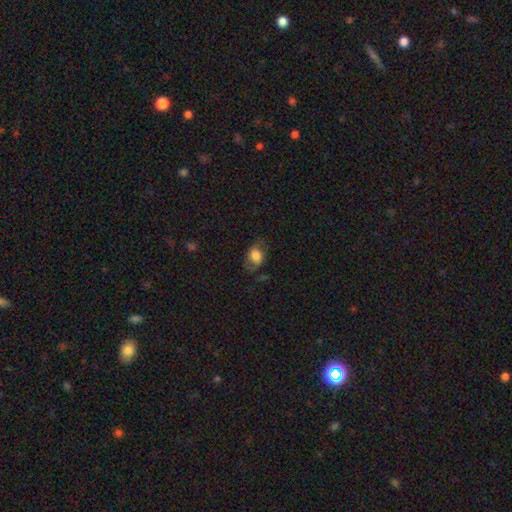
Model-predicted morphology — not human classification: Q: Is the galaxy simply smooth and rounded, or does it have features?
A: smooth — 72%.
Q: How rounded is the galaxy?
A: in between — 73%.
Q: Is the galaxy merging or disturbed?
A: none — 57%.